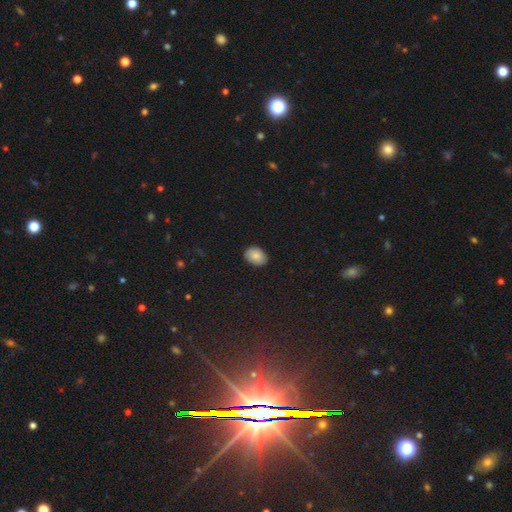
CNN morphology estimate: type=smooth (86%); roundness=in between (74%); merging=none (85%).